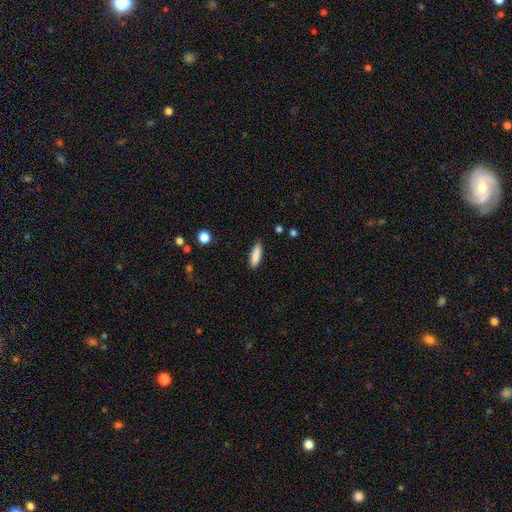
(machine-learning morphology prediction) Smooth or featured?
  - smooth: 86% *
  - featured or disk: 7%
  - star or artifact: 7%
How rounded?
  - cigar-shaped: 53% *
  - in between: 45%
  - round: 2%
Merging?
  - none: 84% *
  - minor disturbance: 12%
  - major disturbance: 2%
  - merger: 1%